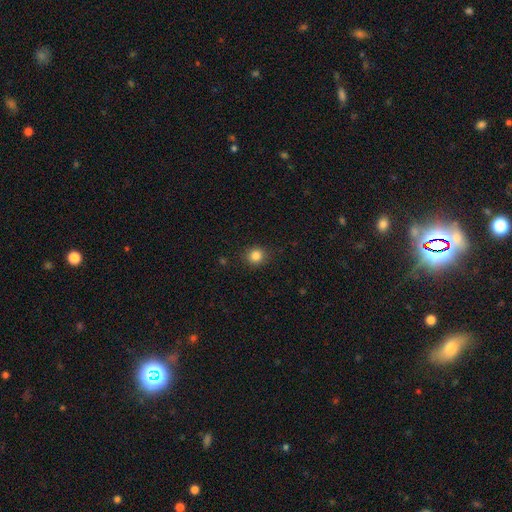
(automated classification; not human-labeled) smooth-or-featured: smooth: 84% | star or artifact: 11% | featured or disk: 4%
  how-rounded: round: 85% | in between: 14% | cigar-shaped: 1%
  merging: none: 87% | minor disturbance: 9% | major disturbance: 3% | merger: 1%